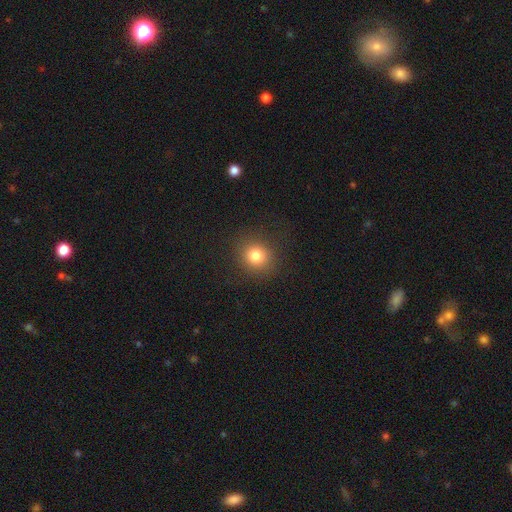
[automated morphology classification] This appears to be a smooth galaxy with no disk features (80%) that is round (87%). Merging: none (88%).